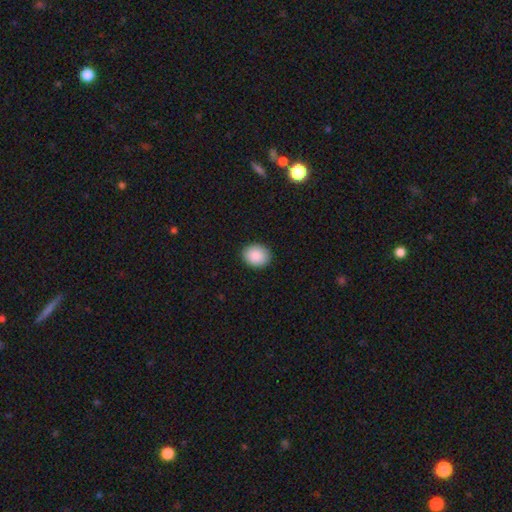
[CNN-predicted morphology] This appears to be a smooth galaxy with no disk features (89%) that is round (53%). Merging: none (90%).